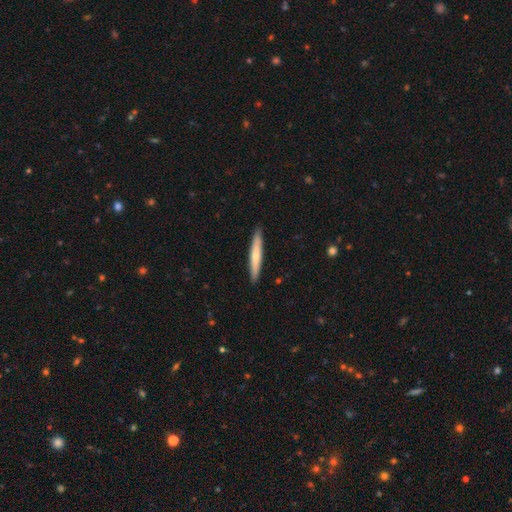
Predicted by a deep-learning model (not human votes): smooth 62%, featured or disk 33%, star or artifact 5%. Down the decision tree: how rounded — cigar-shaped (94%); merging — none (91%).